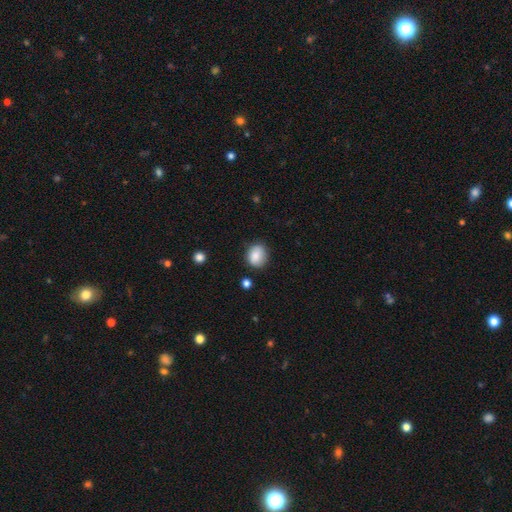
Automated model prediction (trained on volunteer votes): Smooth or featured?
  - smooth: 84% *
  - star or artifact: 8%
  - featured or disk: 8%
How rounded?
  - round: 60% *
  - in between: 40%
  - cigar-shaped: 1%
Merging?
  - none: 78% *
  - minor disturbance: 16%
  - major disturbance: 4%
  - merger: 2%